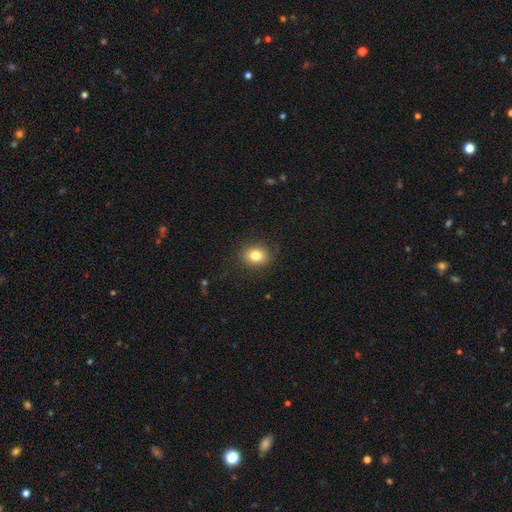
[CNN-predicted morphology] This is clearly a smooth galaxy (81%). How rounded: possibly round (58%). Merging: clearly none (85%).